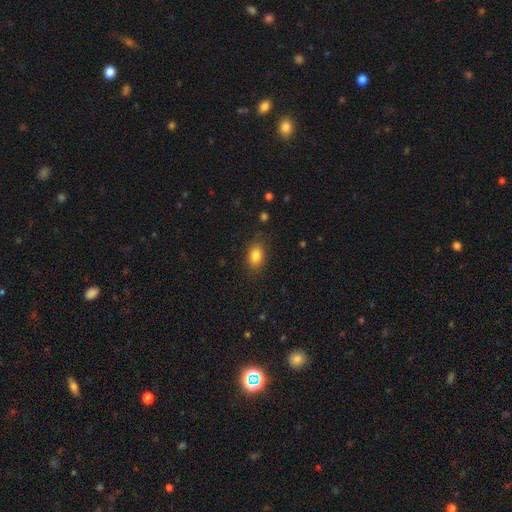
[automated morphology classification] The model was most divided on "how rounded": in between: 78%, round: 20%, cigar-shaped: 2%. More confident: smooth or featured — smooth (83%); merging — none (82%).